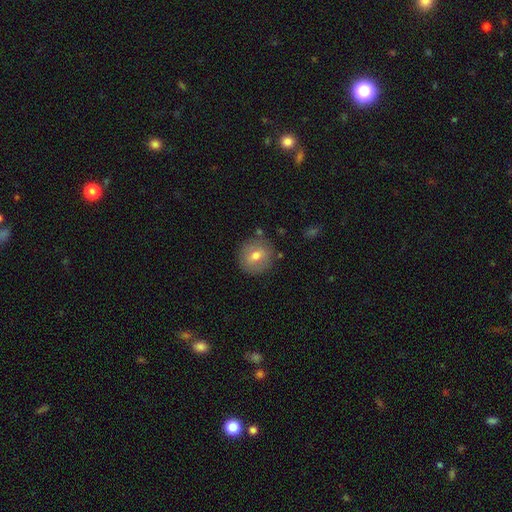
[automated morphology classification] Q: Smooth or featured?
A: smooth (63%); runner-up: featured or disk (28%)
Q: How rounded?
A: round (84%); runner-up: in between (15%)
Q: Merging?
A: none (83%); runner-up: minor disturbance (11%)